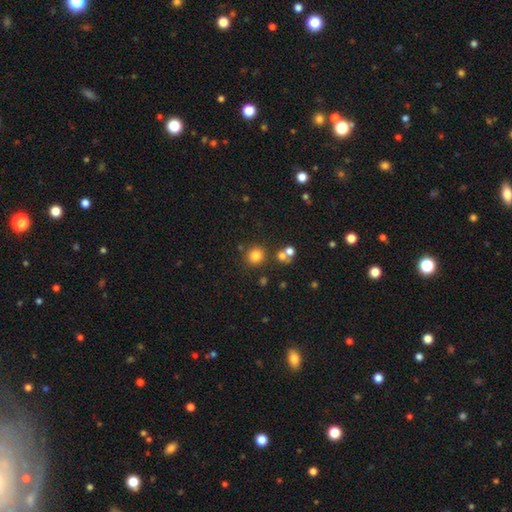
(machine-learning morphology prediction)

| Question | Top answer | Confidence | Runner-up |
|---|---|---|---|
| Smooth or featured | smooth | 79% | star or artifact (14%) |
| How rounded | round | 89% | in between (10%) |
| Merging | none | 79% | merger (10%) |